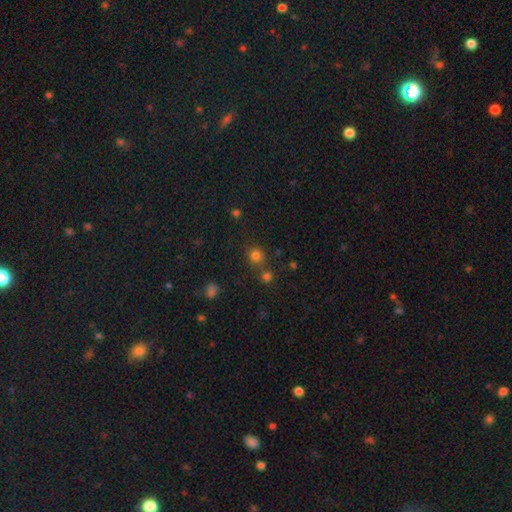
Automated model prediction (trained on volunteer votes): Q: Smooth or featured?
A: smooth (76%); runner-up: star or artifact (18%)
Q: How rounded?
A: round (87%); runner-up: in between (12%)
Q: Merging?
A: none (70%); runner-up: merger (17%)